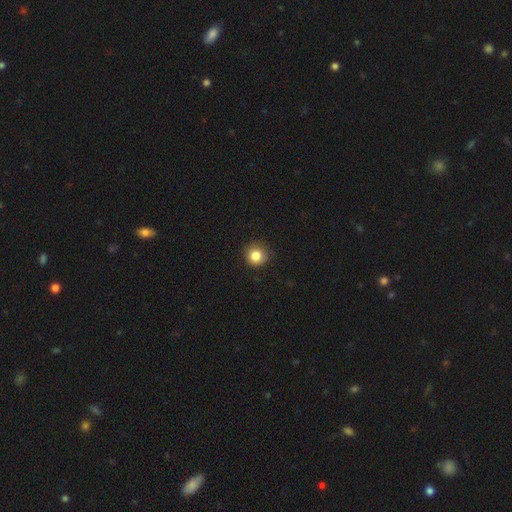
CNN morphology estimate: smooth-or-featured: smooth: 83% | star or artifact: 11% | featured or disk: 6%
  how-rounded: round: 94% | in between: 5% | cigar-shaped: 1%
  merging: none: 88% | minor disturbance: 9% | major disturbance: 2% | merger: 1%